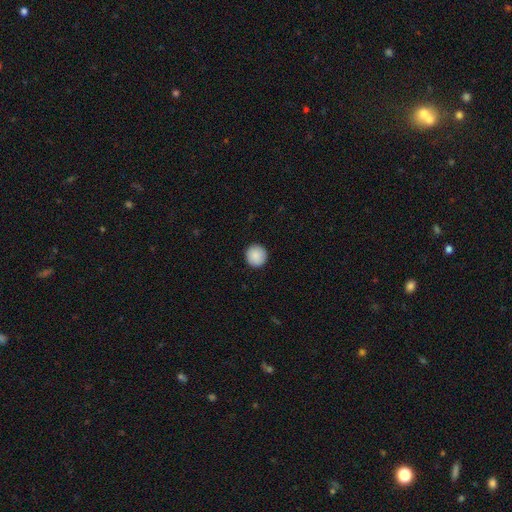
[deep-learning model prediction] This appears to be a smooth galaxy with no disk features (89%) that is round (96%). Merging: none (92%).